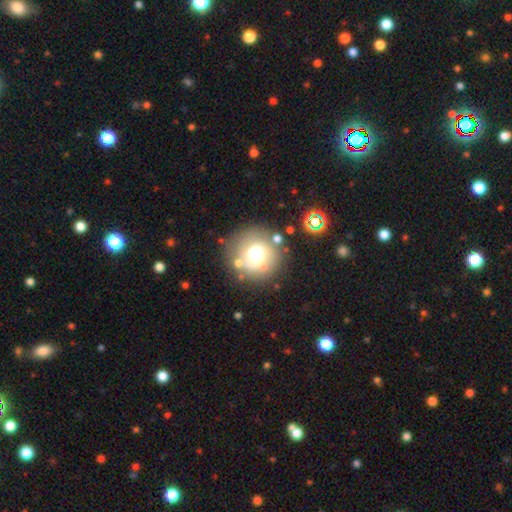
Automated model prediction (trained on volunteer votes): Overall: smooth (53%; featured or disk 33%). How rounded: round (89%). Merging: none (66%).